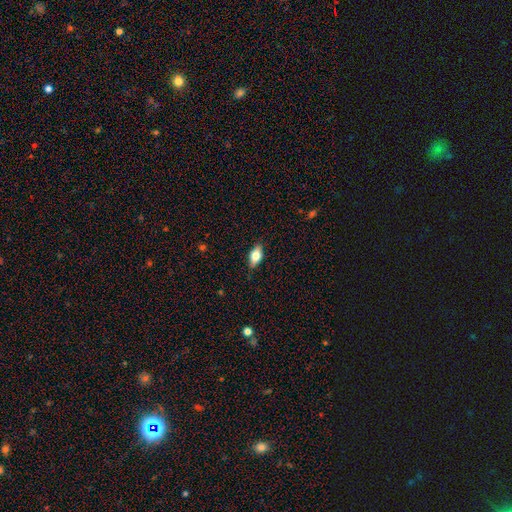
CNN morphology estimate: This is likely a smooth galaxy (68%). How rounded: clearly in between (85%). Merging: clearly none (84%).